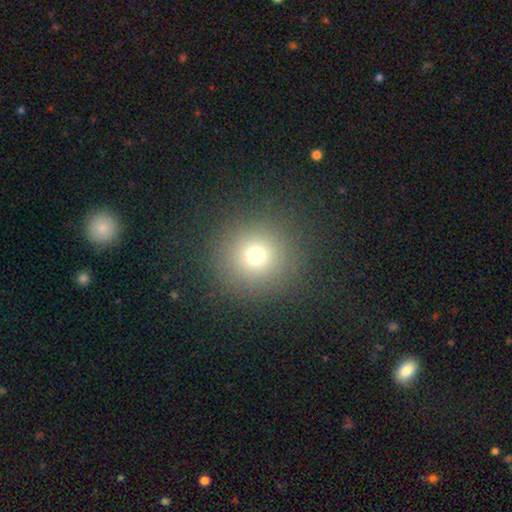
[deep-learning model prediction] Smooth or featured? Predicted: smooth (p=0.72). How rounded? Predicted: round (p=0.94). Merging? Predicted: none (p=0.88).